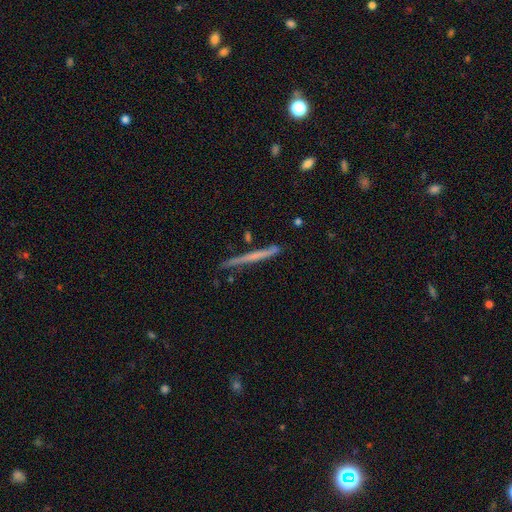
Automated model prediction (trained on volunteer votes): Smooth or featured: featured or disk — 51% (smooth — 43%)
Edge-on disk: yes — 97% (no — 3%)
Merging: none — 87% (minor disturbance — 9%)